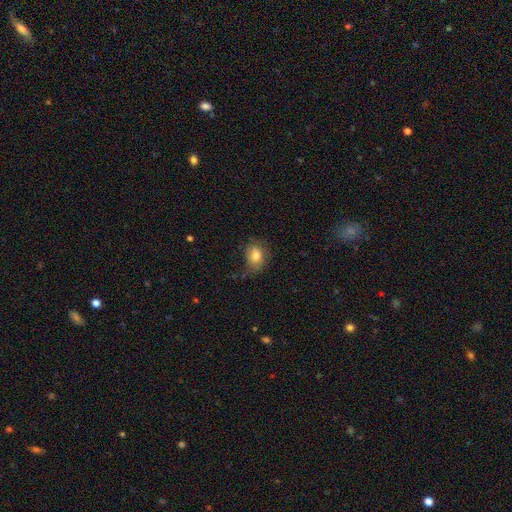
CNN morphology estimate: The model was most divided on "merging": none: 52%, minor disturbance: 30%, major disturbance: 15%, merger: 3%. More confident: smooth or featured — smooth (77%); how rounded — in between (63%).